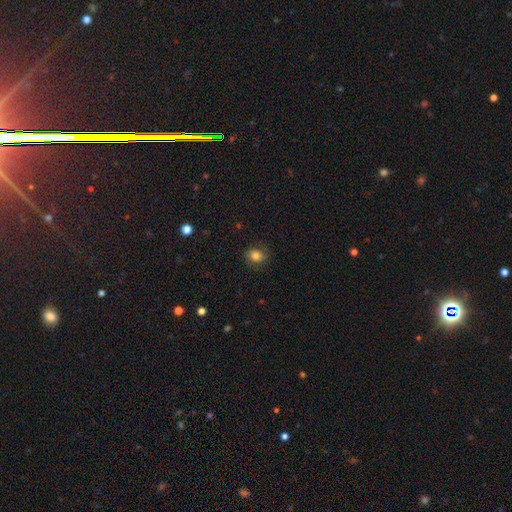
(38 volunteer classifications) Morphology: type=smooth (87%); roundness=in between (58%); merging=none (75%).